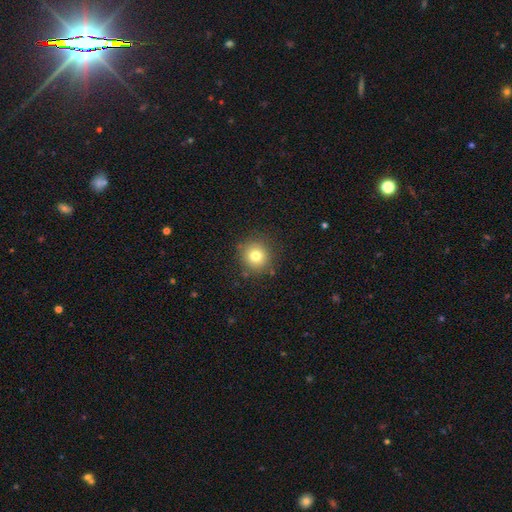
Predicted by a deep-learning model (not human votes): Smooth or featured: smooth — 77% (star or artifact — 13%)
How rounded: round — 92% (in between — 7%)
Merging: none — 86% (minor disturbance — 9%)